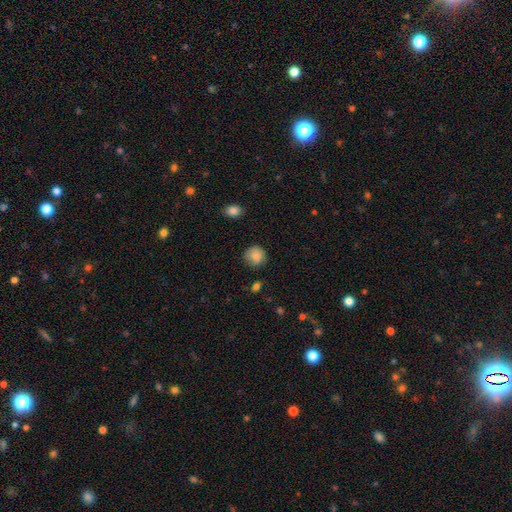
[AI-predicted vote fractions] smooth_or_featured: smooth (p=0.85) [alt: star or artifact p=0.08]
how_rounded: round (p=0.89) [alt: in between p=0.10]
merging: none (p=0.79) [alt: minor disturbance p=0.16]